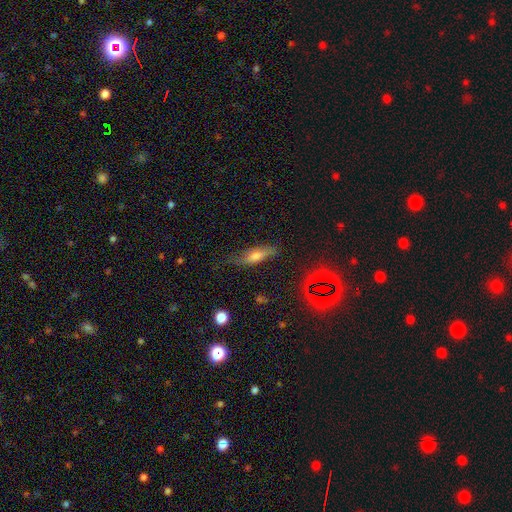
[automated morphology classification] This is possibly a smooth galaxy (56%). How rounded: possibly cigar-shaped (51%). Merging: likely none (65%).